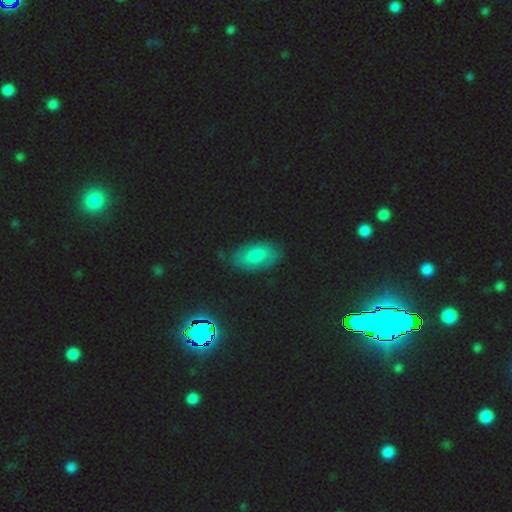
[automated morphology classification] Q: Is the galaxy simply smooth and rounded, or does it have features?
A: smooth — 54%.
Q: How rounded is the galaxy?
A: in between — 92%.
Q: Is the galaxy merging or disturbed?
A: none — 78%.